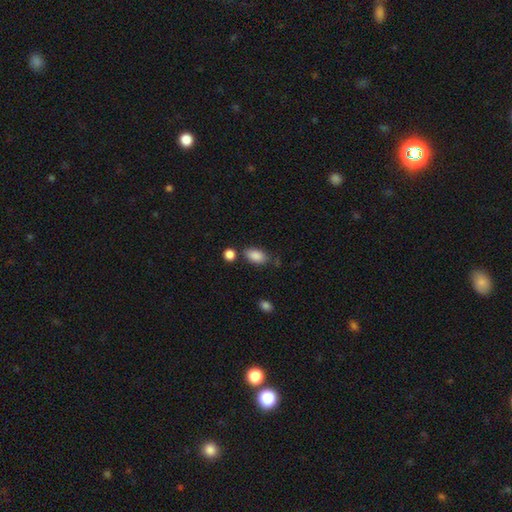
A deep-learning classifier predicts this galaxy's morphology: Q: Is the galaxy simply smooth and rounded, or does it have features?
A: smooth — 88%.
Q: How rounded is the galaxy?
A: in between — 91%.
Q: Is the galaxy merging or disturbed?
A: none — 70%.